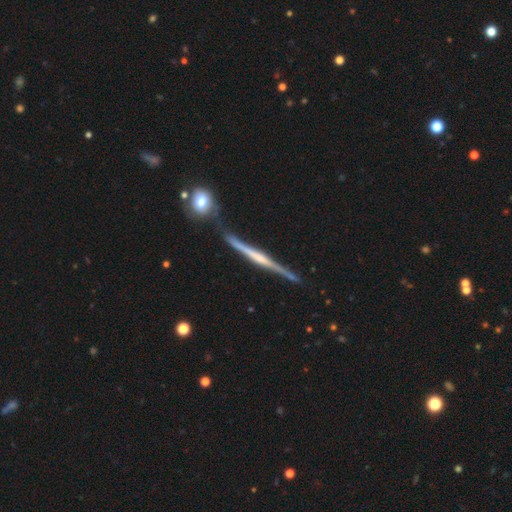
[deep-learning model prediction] This appears to be a featured or disk galaxy (80%) viewed edge-on (98%) with a rounded central bulge (40%). Merging: none (80%).